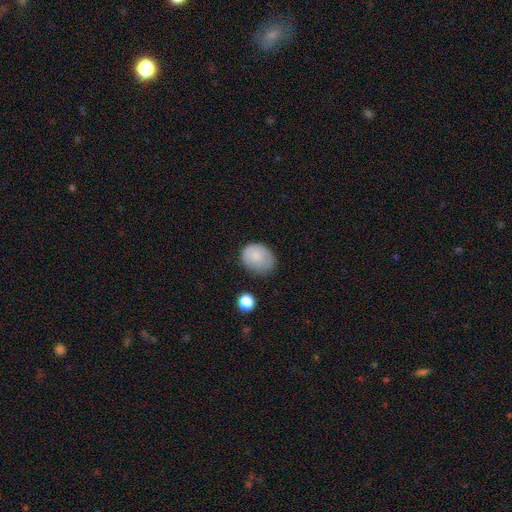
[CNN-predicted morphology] Smooth or featured: smooth — 81% (featured or disk — 10%)
How rounded: in between — 51% (round — 48%)
Merging: none — 63% (minor disturbance — 27%)